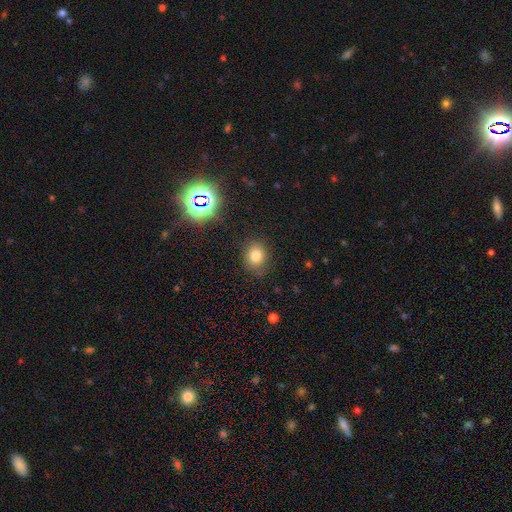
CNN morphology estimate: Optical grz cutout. It shows a smooth galaxy with no disk features (78%) that is round (62%). Merging: none (82%).